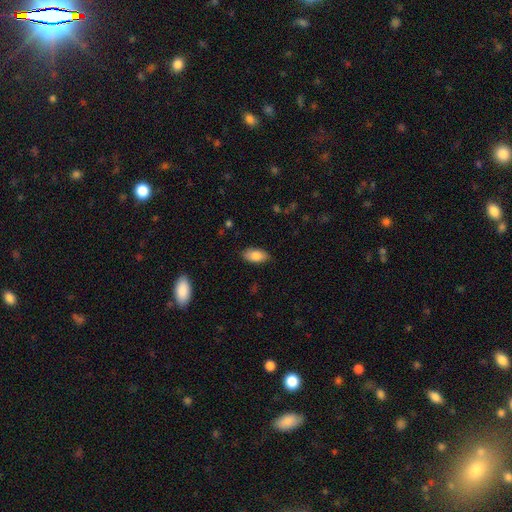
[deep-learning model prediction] A smooth galaxy with no disk features (84%) that is in between round and cigar-shaped (92%). Merging: none (85%).